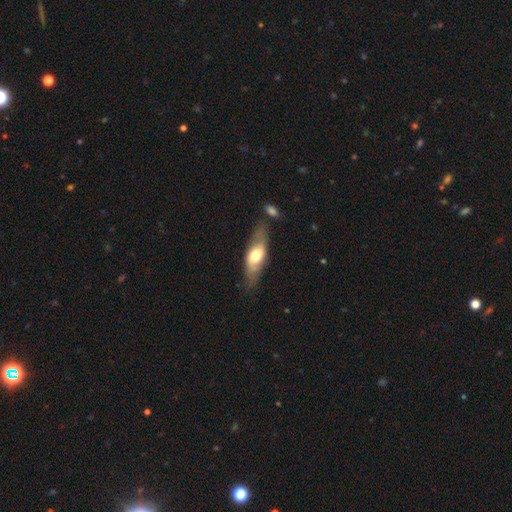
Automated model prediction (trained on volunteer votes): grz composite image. It shows a smooth galaxy with no disk features (50%) that is in between round and cigar-shaped (65%). Merging: none (66%).